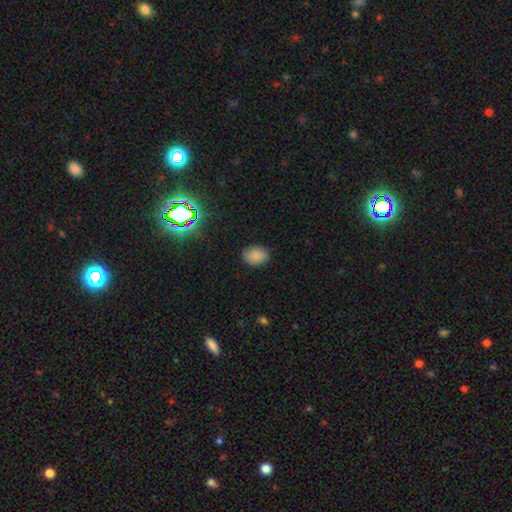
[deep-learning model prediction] Smooth or featured? Predicted: smooth (p=0.84). How rounded? Predicted: in between (p=0.73). Merging? Predicted: none (p=0.85).